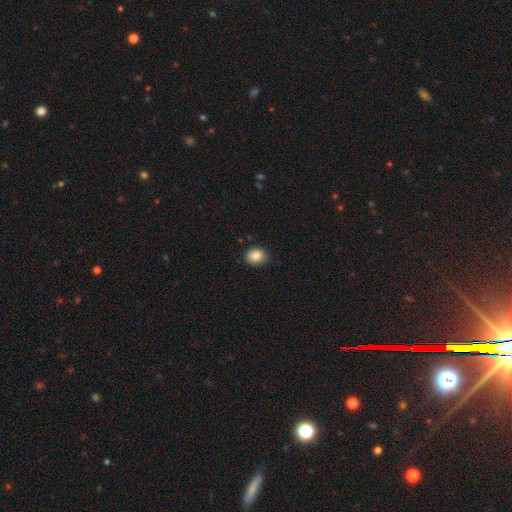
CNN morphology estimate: Smooth or featured? Predicted: smooth (p=0.87). How rounded? Predicted: round (p=0.54). Merging? Predicted: none (p=0.80).